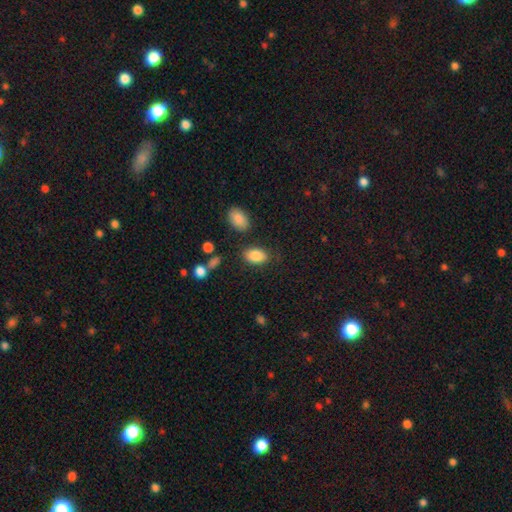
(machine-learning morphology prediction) Smooth or featured? Predicted: smooth (p=0.86). How rounded? Predicted: in between (p=0.89). Merging? Predicted: none (p=0.78).